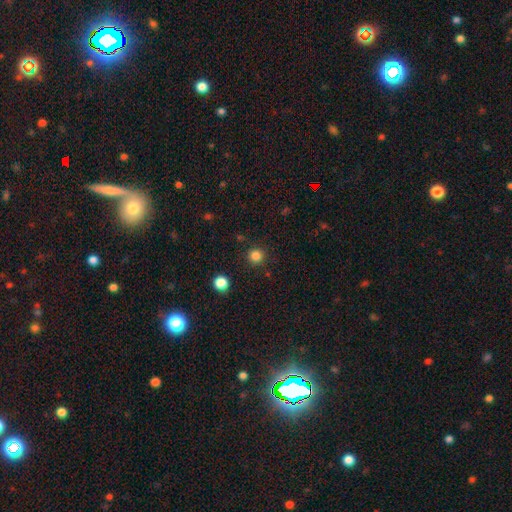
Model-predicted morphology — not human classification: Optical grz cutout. It shows a smooth galaxy with no disk features (83%) that is round (95%). Merging: none (90%).